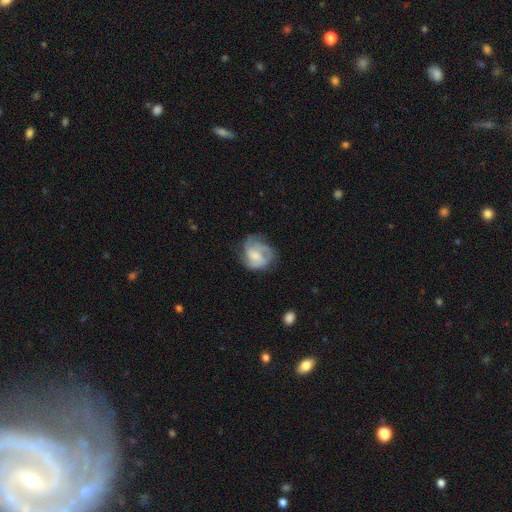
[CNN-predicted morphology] This appears to be a featured or disk galaxy (53%) with no bar (63%), spiral arms (73%) and a moderate central bulge (39%). Merging: none (50%).